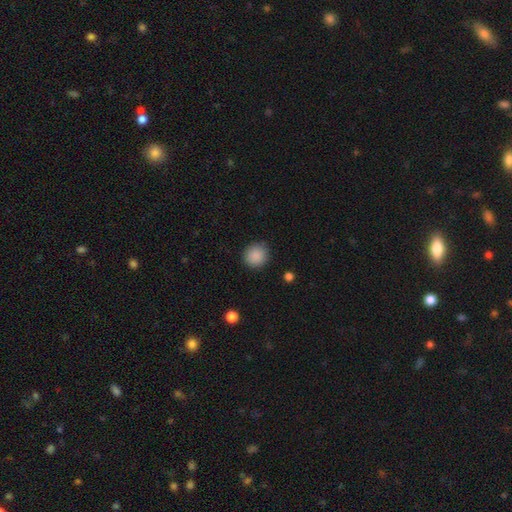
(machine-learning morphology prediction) Smooth or featured? smooth (89%)
How rounded? round (91%)
Merging? none (88%)